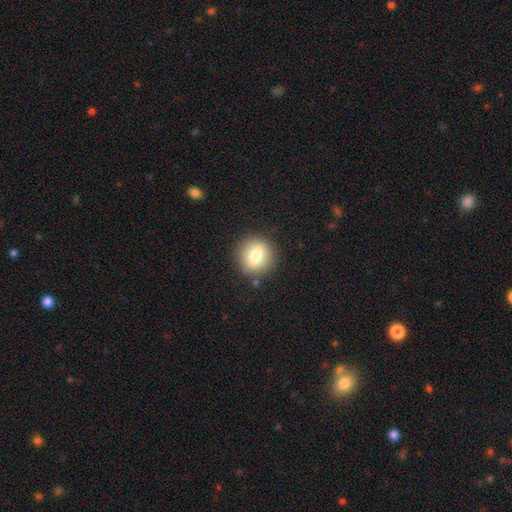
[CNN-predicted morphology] A smooth galaxy with no disk features (70%) that is round (88%). Merging: none (87%).